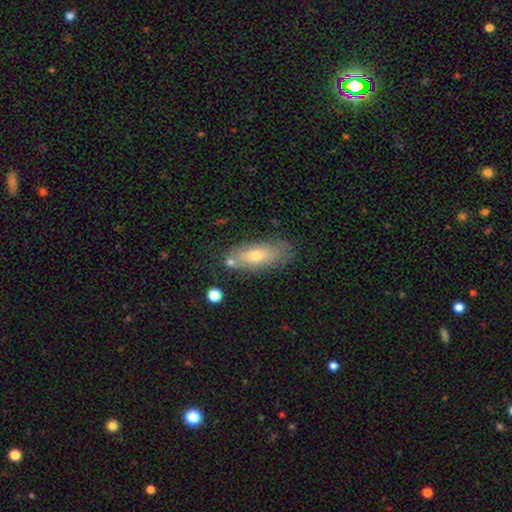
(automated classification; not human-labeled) This appears to be a smooth galaxy with no disk features (65%) that is in between round and cigar-shaped (76%). Merging: none (69%).